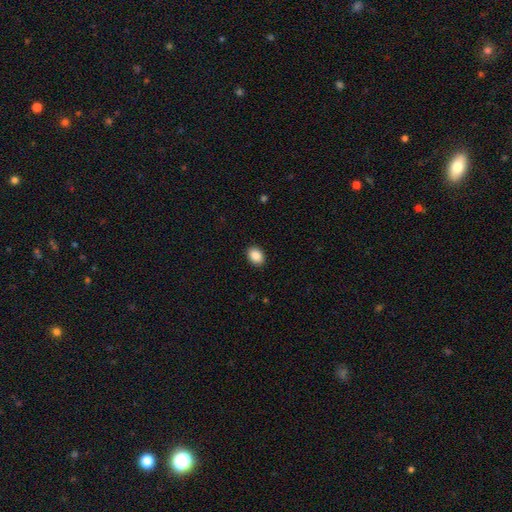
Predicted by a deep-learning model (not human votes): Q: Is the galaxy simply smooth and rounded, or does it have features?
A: smooth — 89%.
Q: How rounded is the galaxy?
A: in between — 71%.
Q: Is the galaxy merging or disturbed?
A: none — 90%.